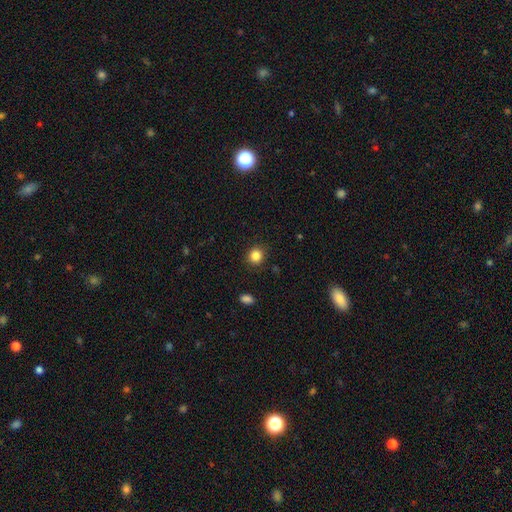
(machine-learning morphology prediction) type=smooth (84%); roundness=round (87%); merging=none (89%).